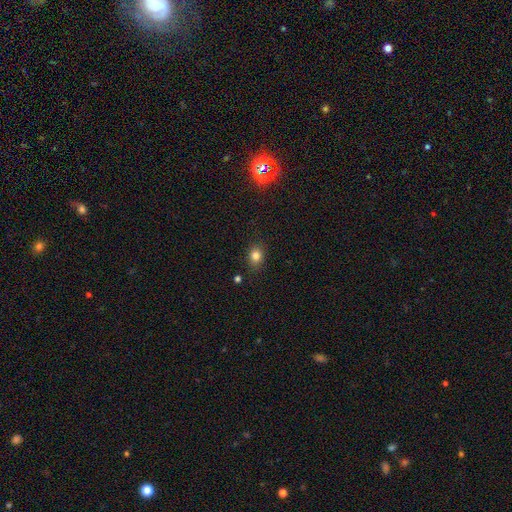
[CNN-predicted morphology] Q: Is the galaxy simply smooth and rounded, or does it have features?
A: smooth — 80%.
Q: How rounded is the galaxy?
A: in between — 53%.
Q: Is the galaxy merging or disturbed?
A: none — 85%.